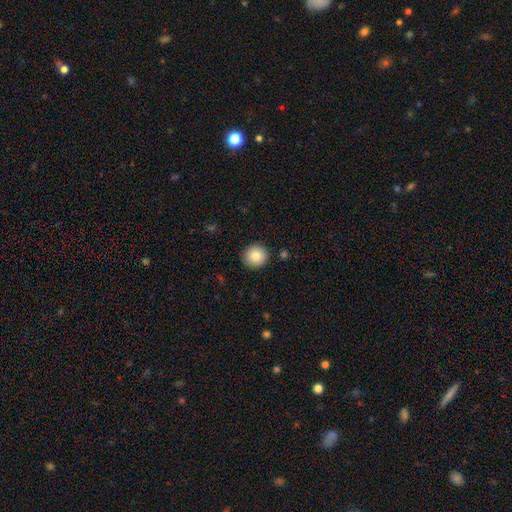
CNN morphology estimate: type=smooth (83%); roundness=round (93%); merging=none (91%).